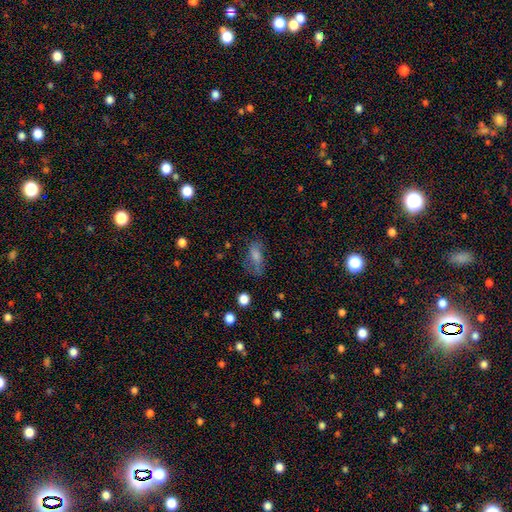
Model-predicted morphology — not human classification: Q: Smooth or featured?
A: smooth (66%); runner-up: featured or disk (22%)
Q: How rounded?
A: in between (83%); runner-up: cigar-shaped (9%)
Q: Merging?
A: none (54%); runner-up: minor disturbance (25%)